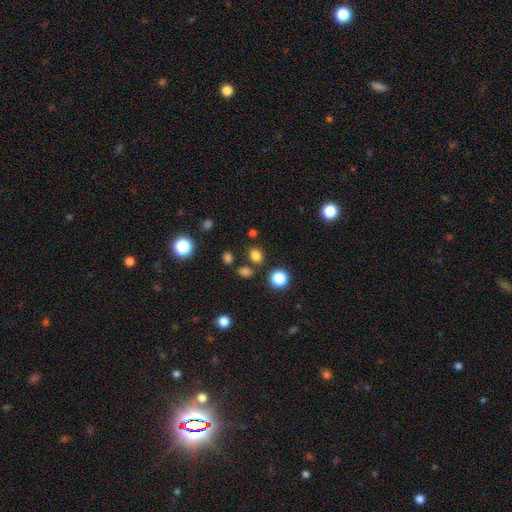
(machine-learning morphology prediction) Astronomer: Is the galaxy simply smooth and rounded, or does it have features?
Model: smooth — 78%.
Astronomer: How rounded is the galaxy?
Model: round — 53% (runner-up: in between, 46%).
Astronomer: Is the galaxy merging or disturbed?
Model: none — 78%.